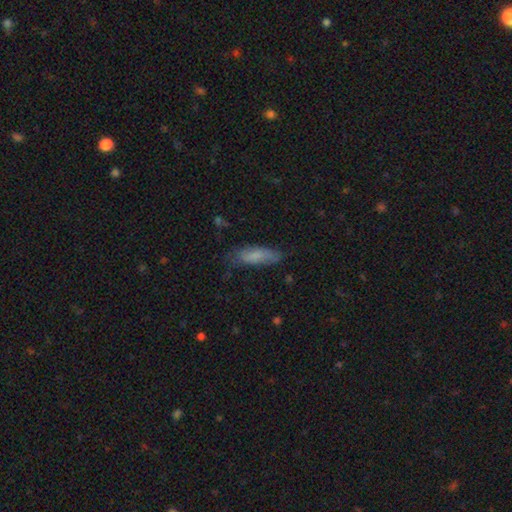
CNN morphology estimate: smooth-or-featured: smooth: 77% | featured or disk: 16% | star or artifact: 7%
  how-rounded: in between: 51% | cigar-shaped: 47% | round: 2%
  merging: none: 63% | minor disturbance: 27% | major disturbance: 8% | merger: 2%